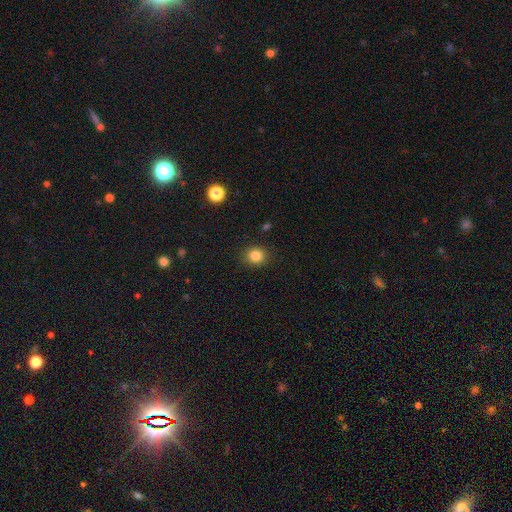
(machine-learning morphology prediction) The model was most divided on "how rounded": round: 82%, in between: 17%, cigar-shaped: 1%. More confident: merging — none (89%); smooth or featured — smooth (83%).